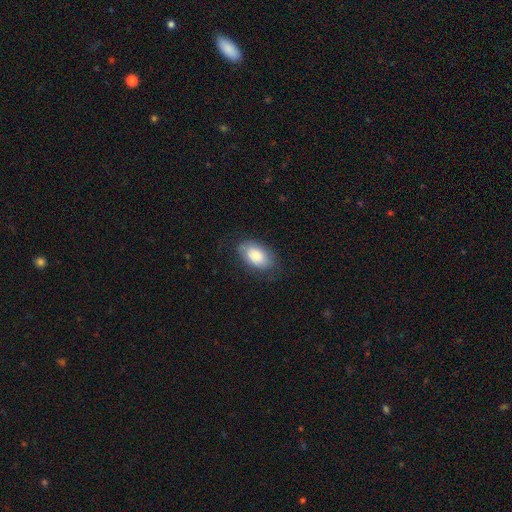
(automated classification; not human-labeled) Morphology: type=smooth (83%); roundness=in between (93%); merging=none (76%).